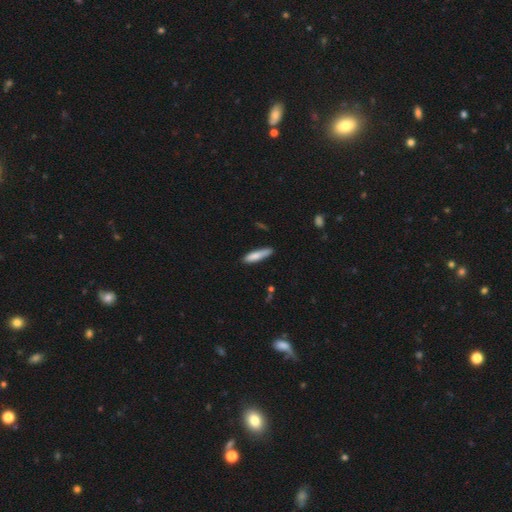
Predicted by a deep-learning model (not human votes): This is clearly a smooth galaxy (80%). How rounded: clearly cigar-shaped (81%). Merging: likely none (74%).